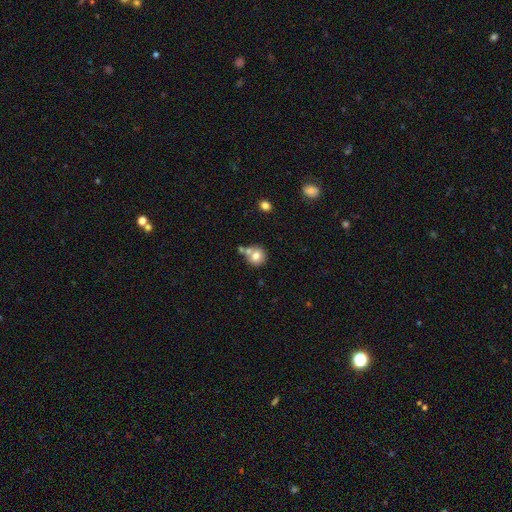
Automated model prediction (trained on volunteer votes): Smooth or featured? Predicted: smooth (p=0.75). How rounded? Predicted: round (p=0.85). Merging? Predicted: none (p=0.52).